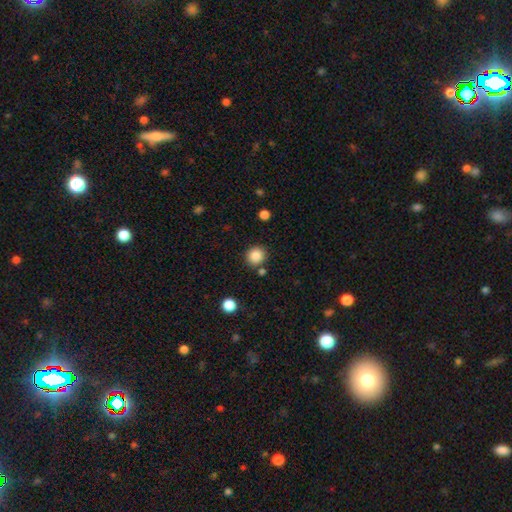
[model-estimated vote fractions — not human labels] Smooth or featured? Predicted: smooth (p=0.86). How rounded? Predicted: round (p=0.87). Merging? Predicted: none (p=0.83).